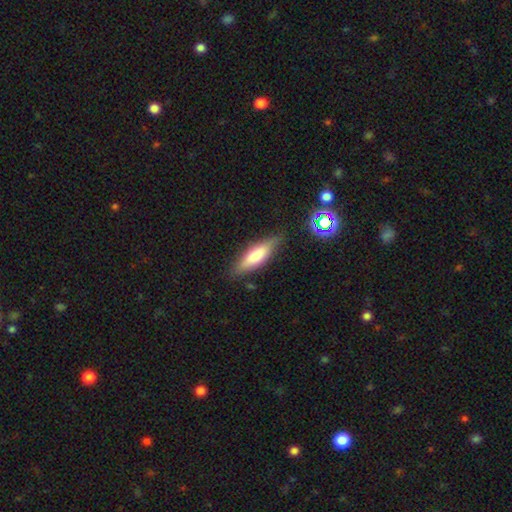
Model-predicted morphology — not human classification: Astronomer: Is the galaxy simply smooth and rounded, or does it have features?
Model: smooth — 66%.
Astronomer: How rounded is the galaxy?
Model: cigar-shaped — 58% (runner-up: in between, 40%).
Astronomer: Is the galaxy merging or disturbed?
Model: none — 79%.